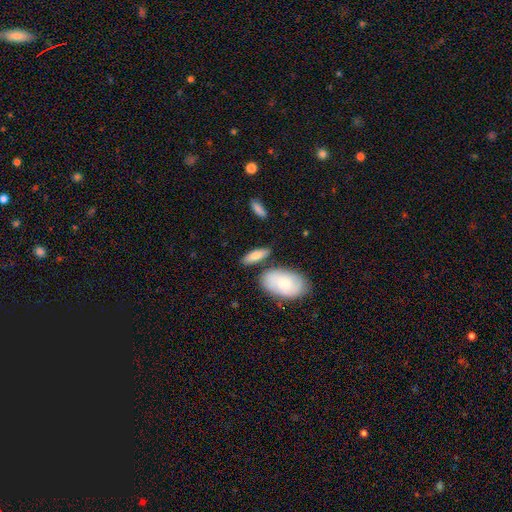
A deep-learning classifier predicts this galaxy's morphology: Smooth or featured? Predicted: smooth (p=0.75). How rounded? Predicted: in between (p=0.70). Merging? Predicted: none (p=0.73).